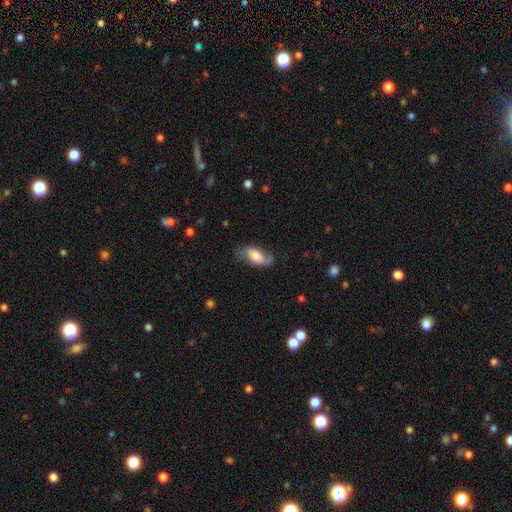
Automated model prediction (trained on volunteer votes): Overall: smooth (53%; featured or disk 40%). How rounded: in between (89%). Merging: none (60%; minor disturbance 27%).